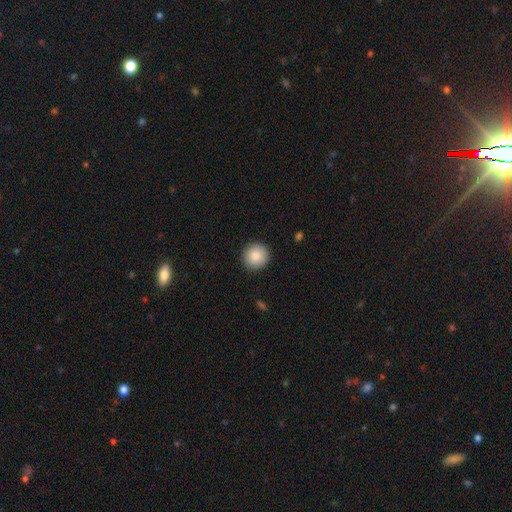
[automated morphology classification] smooth 87%, star or artifact 8%, featured or disk 5%. Down the decision tree: how rounded — round (94%); merging — none (92%).